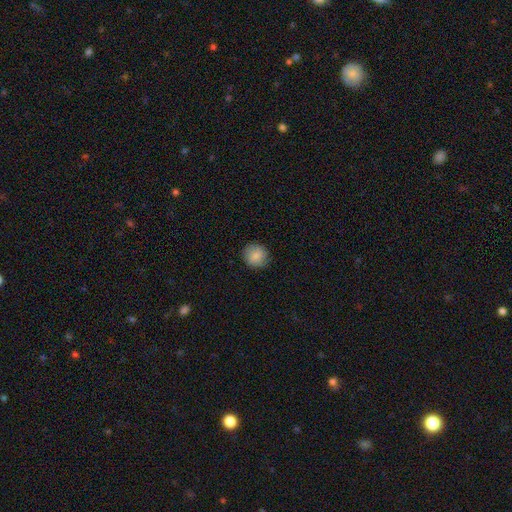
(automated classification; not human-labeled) This appears to be a smooth galaxy with no disk features (85%) that is round (91%). Merging: none (89%).